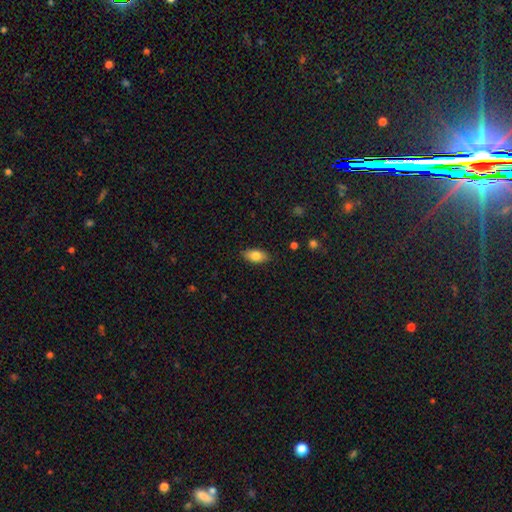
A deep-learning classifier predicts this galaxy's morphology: Smooth or featured?
  - smooth: 80% *
  - featured or disk: 13%
  - star or artifact: 7%
How rounded?
  - in between: 89% *
  - cigar-shaped: 6%
  - round: 5%
Merging?
  - none: 85% *
  - minor disturbance: 11%
  - major disturbance: 2%
  - merger: 1%